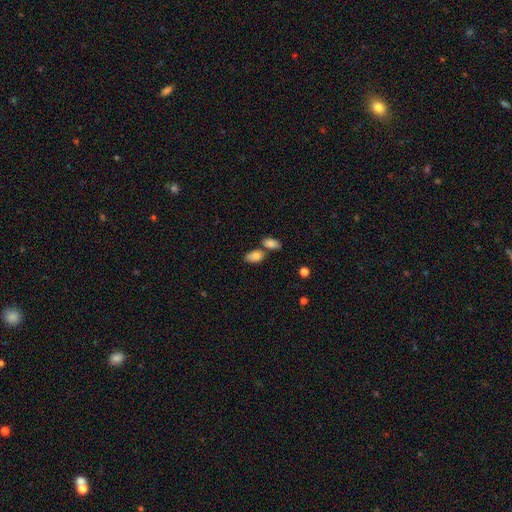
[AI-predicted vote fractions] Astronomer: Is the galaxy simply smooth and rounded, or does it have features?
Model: smooth — 81%.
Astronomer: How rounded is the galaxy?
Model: in between — 90%.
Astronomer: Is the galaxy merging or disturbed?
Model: none — 55%.